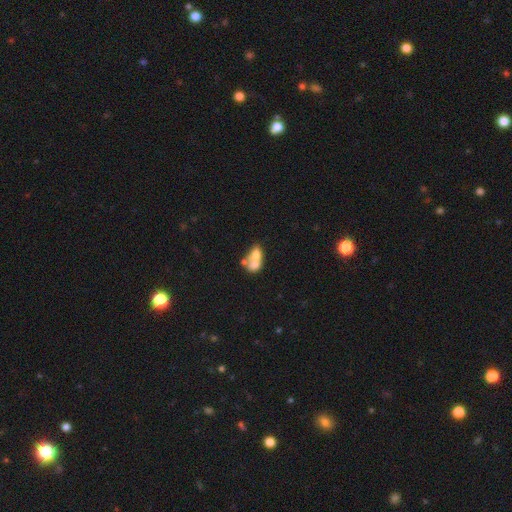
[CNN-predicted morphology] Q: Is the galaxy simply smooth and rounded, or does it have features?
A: smooth — 57%.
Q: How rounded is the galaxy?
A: in between — 72%.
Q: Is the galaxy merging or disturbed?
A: merger — 65%.